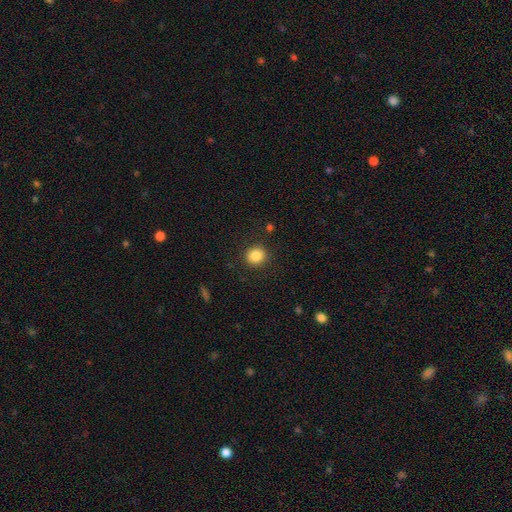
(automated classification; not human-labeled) A smooth galaxy with no disk features (85%) that is round (88%). Merging: none (90%).